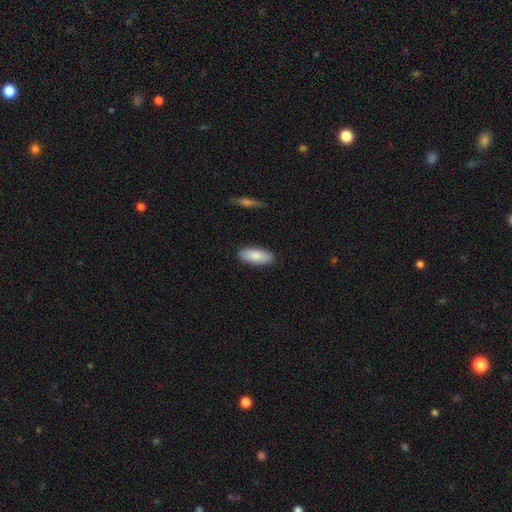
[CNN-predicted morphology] type=smooth (86%); roundness=in between (81%); merging=none (88%).